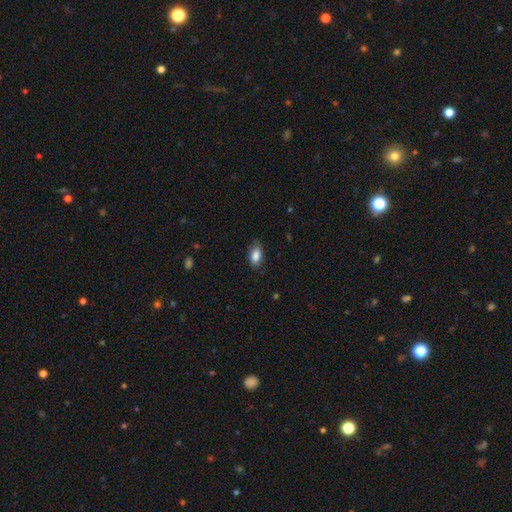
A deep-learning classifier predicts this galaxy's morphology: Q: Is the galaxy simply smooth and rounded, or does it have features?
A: smooth — 86%.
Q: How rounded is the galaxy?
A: in between — 90%.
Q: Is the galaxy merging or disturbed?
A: none — 78%.